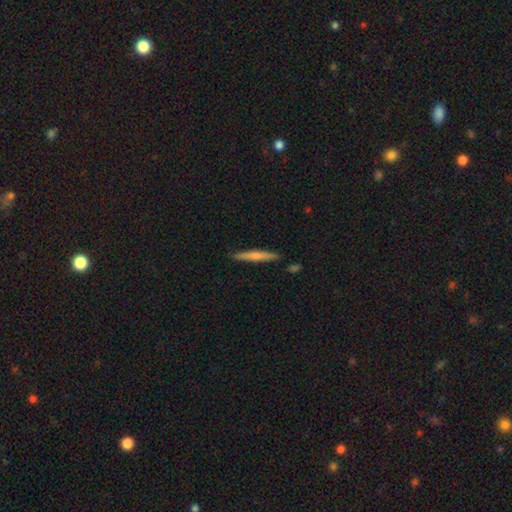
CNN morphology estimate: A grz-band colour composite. It shows a smooth galaxy with no disk features (60%) that is cigar-shaped (95%). Merging: none (88%).